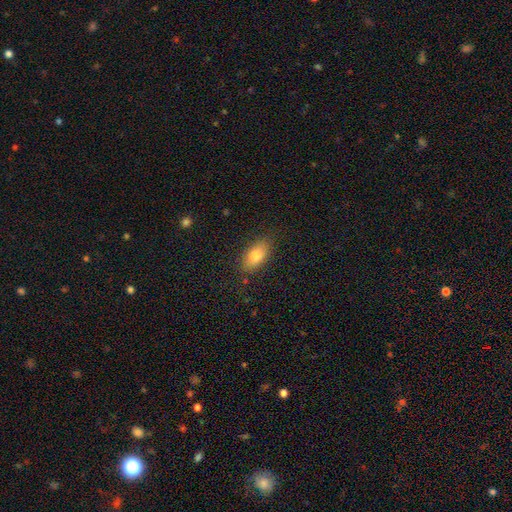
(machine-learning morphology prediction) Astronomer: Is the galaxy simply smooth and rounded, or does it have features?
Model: smooth — 80%.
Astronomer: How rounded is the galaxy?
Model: in between — 88%.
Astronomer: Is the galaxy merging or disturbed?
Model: none — 83%.